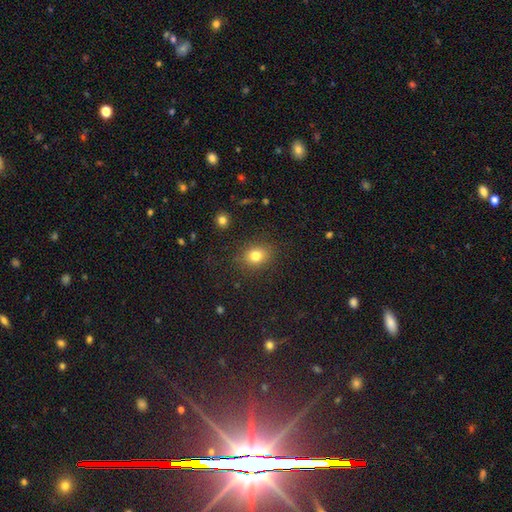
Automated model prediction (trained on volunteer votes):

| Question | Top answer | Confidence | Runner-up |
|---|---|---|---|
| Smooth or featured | smooth | 79% | star or artifact (13%) |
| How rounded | round | 55% | in between (44%) |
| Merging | none | 85% | minor disturbance (10%) |